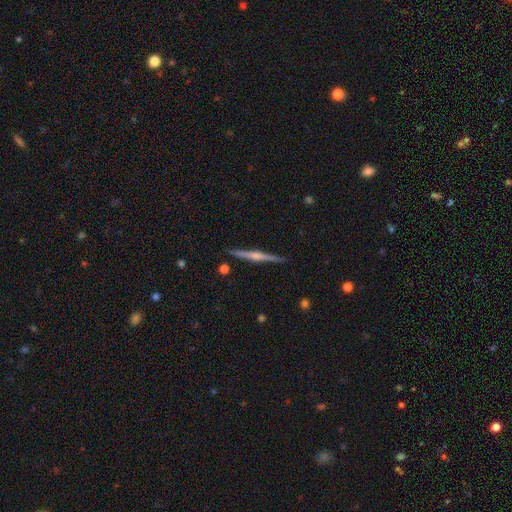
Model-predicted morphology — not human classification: Q: Smooth or featured?
A: featured or disk (75%); runner-up: smooth (19%)
Q: Edge-on disk?
A: yes (98%); runner-up: no (2%)
Q: Edge-on bulge?
A: rounded (74%); runner-up: boxy (13%)
Q: Merging?
A: none (91%); runner-up: minor disturbance (7%)